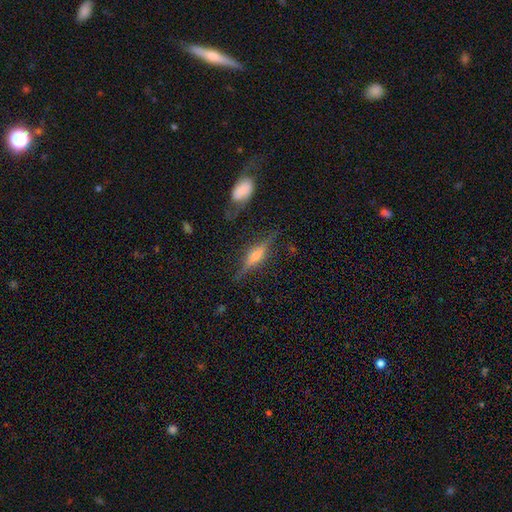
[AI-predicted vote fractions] Smooth or featured? Predicted: featured or disk (p=0.73). Edge-on disk? Predicted: yes (p=0.95). Edge-on bulge? Predicted: rounded (p=0.80). Merging? Predicted: none (p=0.78).